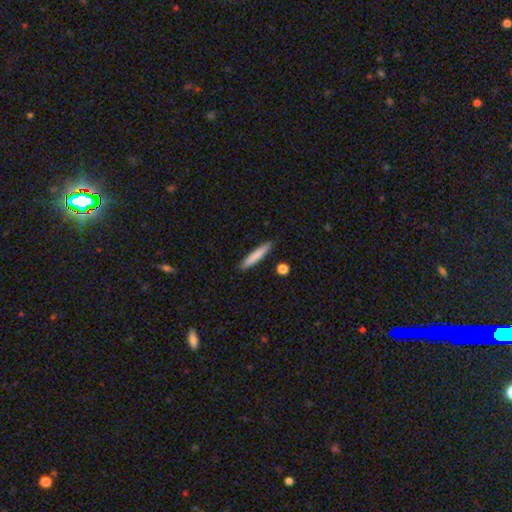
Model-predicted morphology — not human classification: smooth-or-featured: smooth: 79% | featured or disk: 16% | star or artifact: 6%
  how-rounded: cigar-shaped: 93% | in between: 6% | round: 1%
  merging: none: 89% | minor disturbance: 7% | merger: 2% | major disturbance: 2%